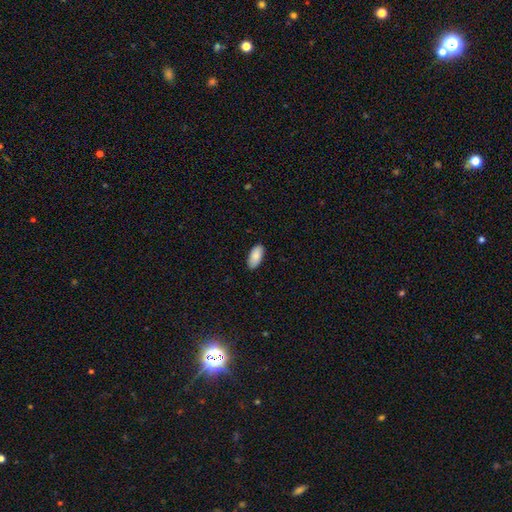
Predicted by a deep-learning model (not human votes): A smooth galaxy with no disk features (87%) that is in between round and cigar-shaped (94%). Merging: none (88%).